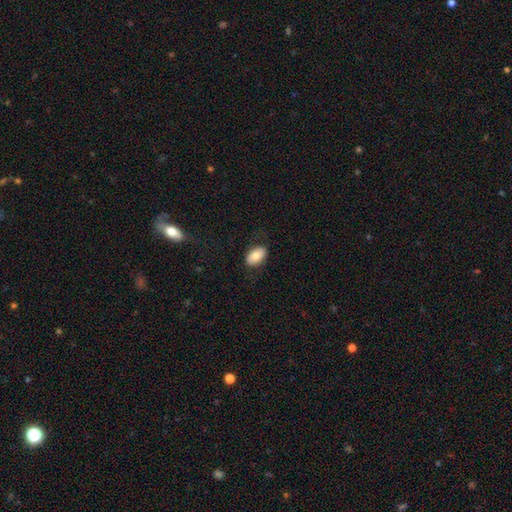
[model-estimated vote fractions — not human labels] A smooth galaxy with no disk features (76%) that is in between round and cigar-shaped (92%). Merging: none (80%).